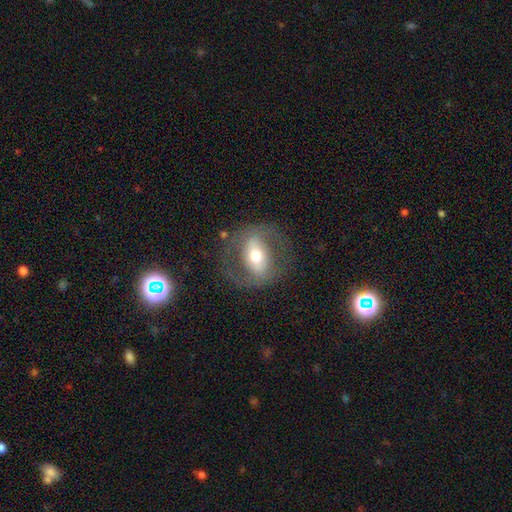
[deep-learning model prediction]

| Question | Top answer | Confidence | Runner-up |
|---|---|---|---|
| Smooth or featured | featured or disk | 64% | smooth (30%) |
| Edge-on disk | no | 89% | yes (11%) |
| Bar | strong | 50% | weak (26%) |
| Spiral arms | no | 61% | yes (39%) |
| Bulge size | moderate | 68% | large (15%) |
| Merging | none | 74% | minor disturbance (13%) |